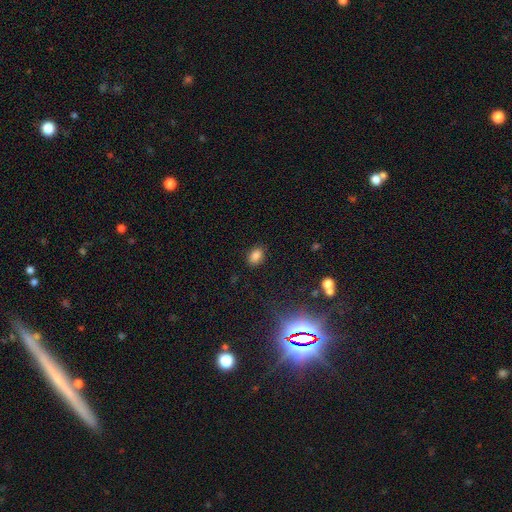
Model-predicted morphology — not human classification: smooth-or-featured: smooth: 82% | star or artifact: 12% | featured or disk: 5%
  how-rounded: in between: 79% | round: 19% | cigar-shaped: 1%
  merging: none: 87% | minor disturbance: 10% | major disturbance: 3% | merger: 1%